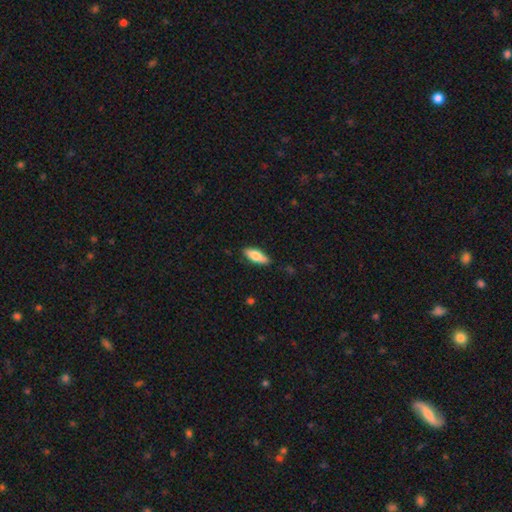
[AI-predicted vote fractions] Smooth or featured: smooth — 71% (featured or disk — 23%)
How rounded: in between — 66% (cigar-shaped — 32%)
Merging: none — 86% (minor disturbance — 11%)